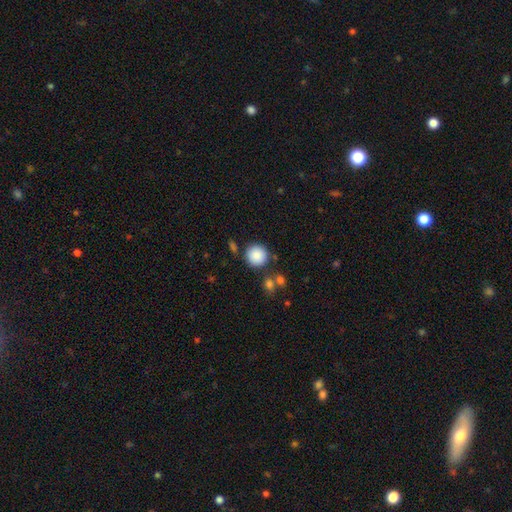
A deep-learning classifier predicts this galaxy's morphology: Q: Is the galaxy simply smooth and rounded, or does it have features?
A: smooth — 88%.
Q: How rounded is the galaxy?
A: round — 93%.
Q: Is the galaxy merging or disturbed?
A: none — 82%.